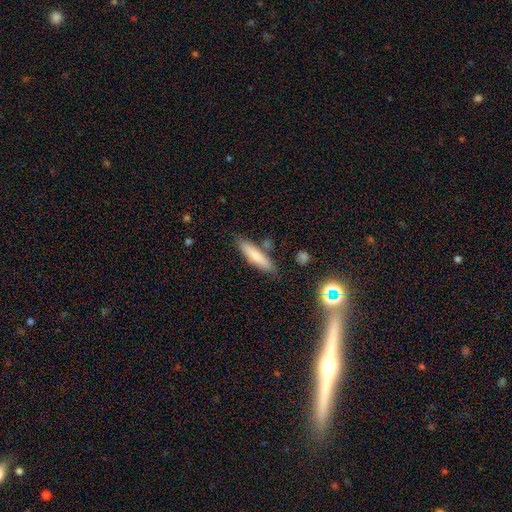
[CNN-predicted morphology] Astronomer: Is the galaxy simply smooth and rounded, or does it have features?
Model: smooth — 76%.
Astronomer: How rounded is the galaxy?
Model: cigar-shaped — 80%.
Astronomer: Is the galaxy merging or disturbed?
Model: none — 79%.